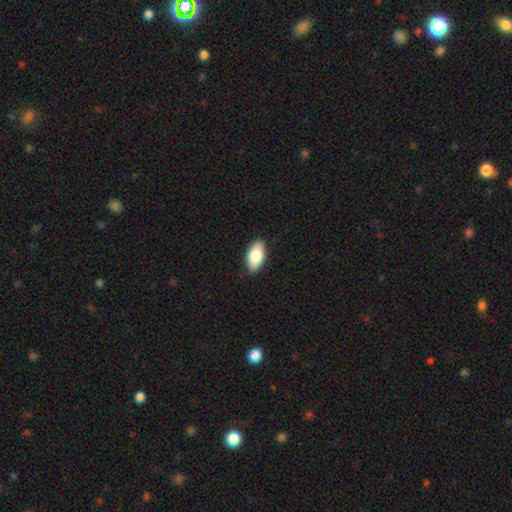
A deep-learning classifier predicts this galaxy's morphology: Smooth or featured? Predicted: smooth (p=0.82). How rounded? Predicted: in between (p=0.94). Merging? Predicted: none (p=0.89).